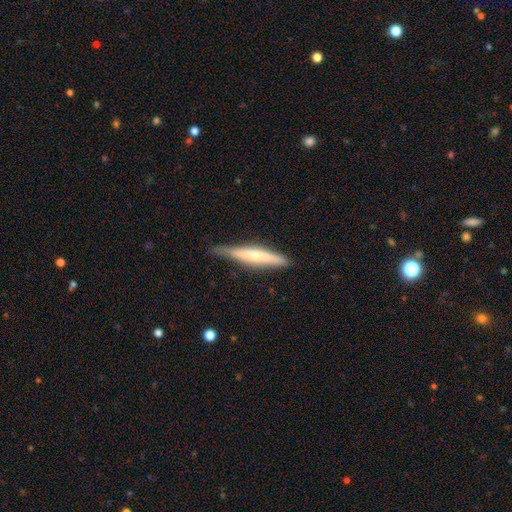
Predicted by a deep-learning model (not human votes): Morphology: type=featured or disk (48%); merging=none (79%).